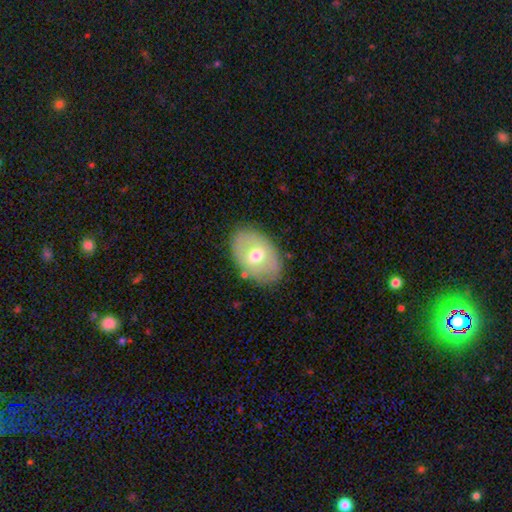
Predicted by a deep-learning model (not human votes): Q: Smooth or featured?
A: smooth (57%); runner-up: featured or disk (37%)
Q: How rounded?
A: in between (84%); runner-up: round (14%)
Q: Merging?
A: none (81%); runner-up: minor disturbance (14%)